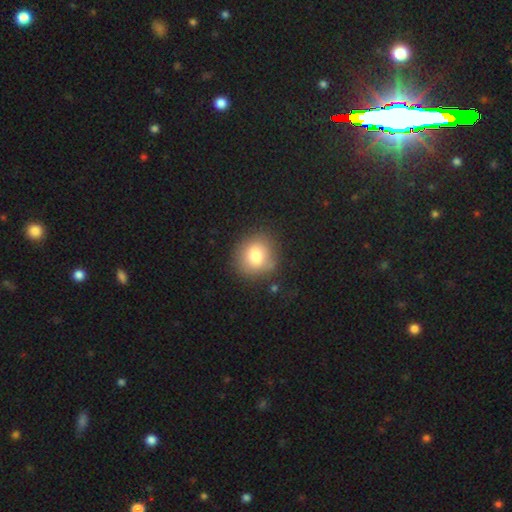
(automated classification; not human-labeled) A smooth galaxy with no disk features (79%) that is round (81%). Merging: none (79%).